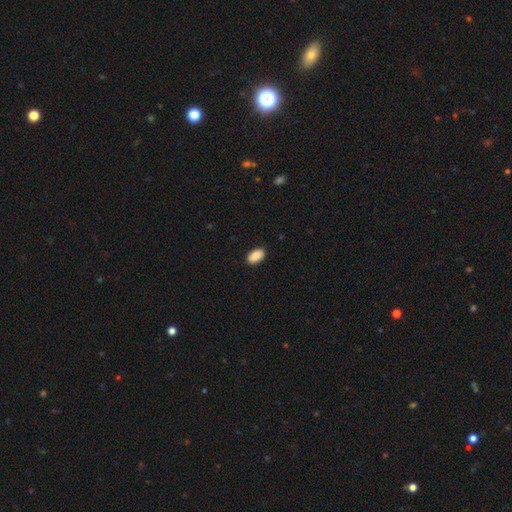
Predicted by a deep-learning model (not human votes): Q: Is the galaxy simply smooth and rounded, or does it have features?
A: smooth — 90%.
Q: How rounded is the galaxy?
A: in between — 94%.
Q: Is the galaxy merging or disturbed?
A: none — 89%.